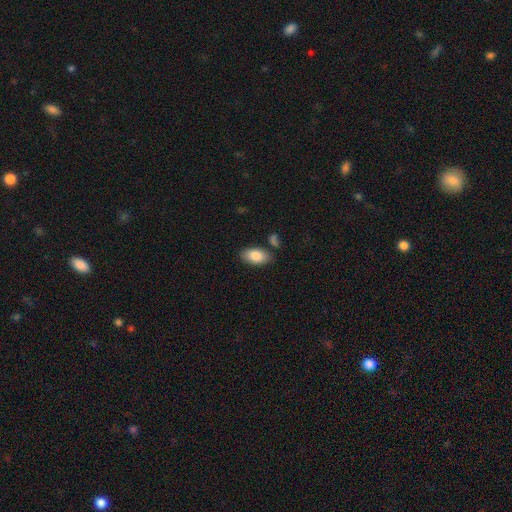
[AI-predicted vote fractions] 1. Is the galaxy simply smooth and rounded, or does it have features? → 85% smooth, 8% featured or disk, 7% star or artifact.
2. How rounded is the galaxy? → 94% in between, 4% round, 2% cigar-shaped.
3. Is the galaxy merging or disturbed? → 80% none, 12% minor disturbance, 5% merger, 3% major disturbance.